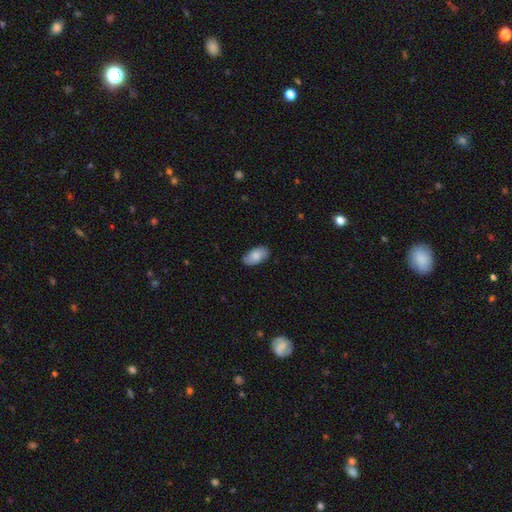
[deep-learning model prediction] Q: Smooth or featured?
A: smooth (76%); runner-up: featured or disk (17%)
Q: How rounded?
A: in between (94%); runner-up: round (4%)
Q: Merging?
A: none (83%); runner-up: minor disturbance (14%)